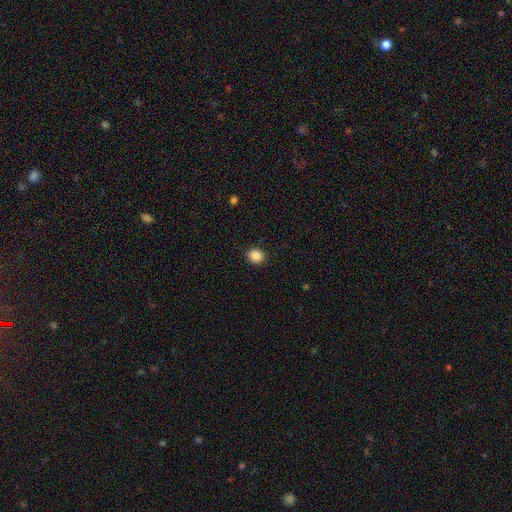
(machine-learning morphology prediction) Overall: smooth (87%). How rounded: round (80%). Merging: none (91%).